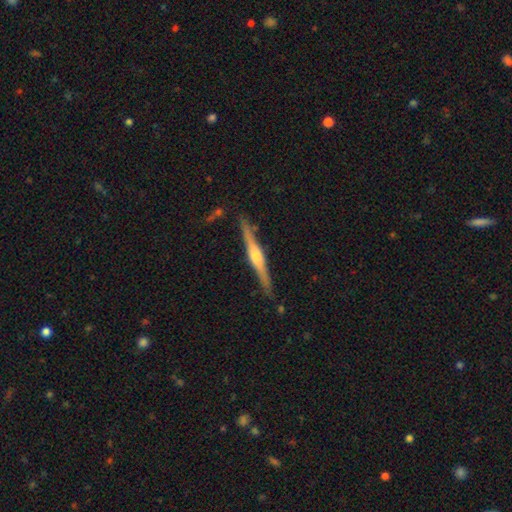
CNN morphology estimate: smooth-or-featured: featured or disk: 78% | smooth: 17% | star or artifact: 5%
  disk-edge-on: yes: 98% | no: 2%
    edge-on-bulge: rounded: 88% | boxy: 6% | none: 5%
  merging: none: 87% | minor disturbance: 9% | merger: 2% | major disturbance: 2%